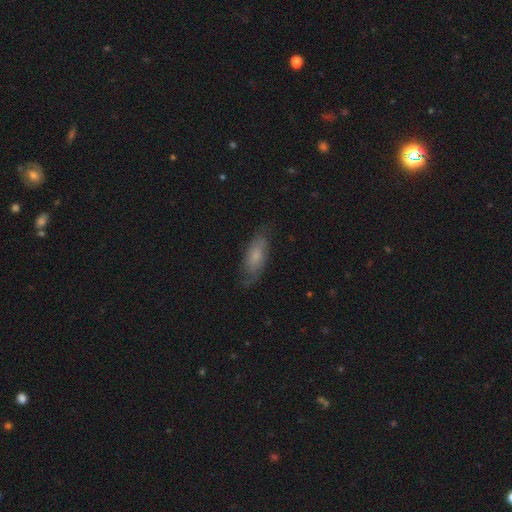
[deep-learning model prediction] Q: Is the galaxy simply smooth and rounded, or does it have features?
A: smooth — 52%.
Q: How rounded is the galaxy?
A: in between — 74%.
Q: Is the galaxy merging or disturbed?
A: none — 71%.